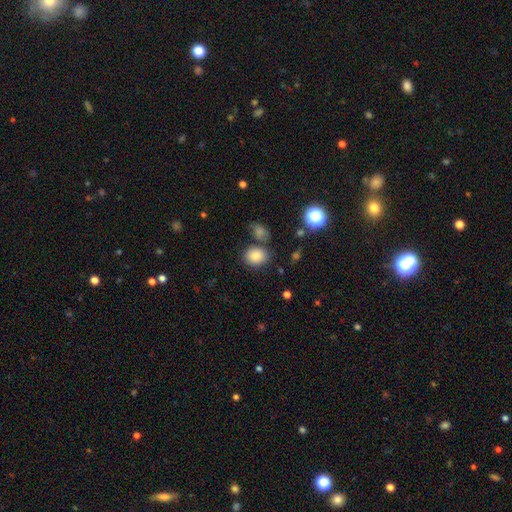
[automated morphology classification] smooth 82%, star or artifact 11%, featured or disk 6%. Down the decision tree: how rounded — round (58%); merging — none (72%).